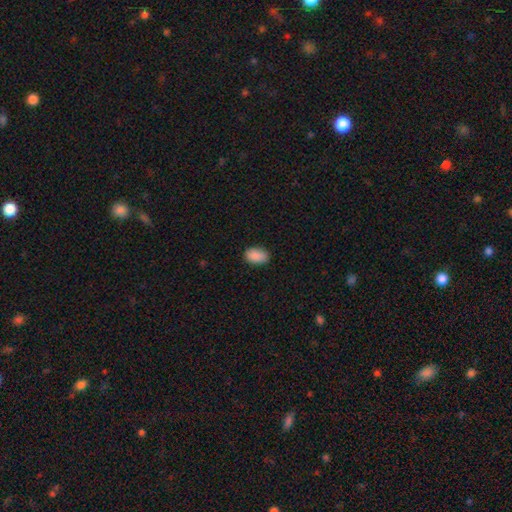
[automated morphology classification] Smooth or featured: smooth — 90% (star or artifact — 7%)
How rounded: in between — 90% (round — 9%)
Merging: none — 86% (minor disturbance — 11%)